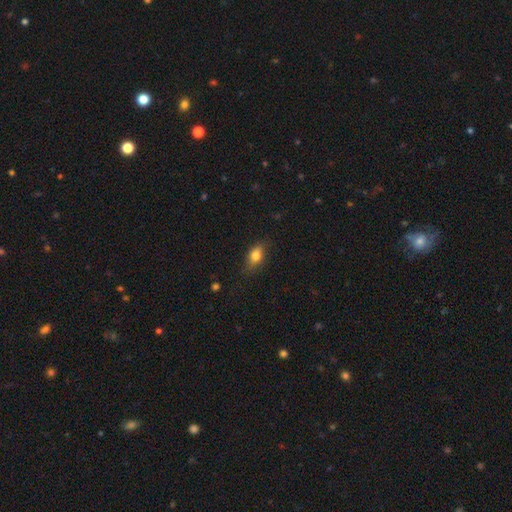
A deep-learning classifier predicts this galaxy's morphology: Smooth or featured: smooth — 80% (featured or disk — 12%)
How rounded: in between — 81% (round — 12%)
Merging: none — 77% (minor disturbance — 18%)